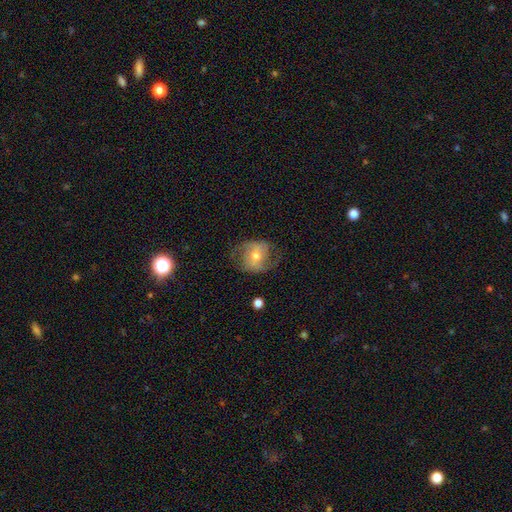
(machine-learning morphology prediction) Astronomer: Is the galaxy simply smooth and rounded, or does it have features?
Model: featured or disk — 70%.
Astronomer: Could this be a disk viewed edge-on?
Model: no — 97%.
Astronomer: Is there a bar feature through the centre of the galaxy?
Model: no — 54% (runner-up: weak, 34%).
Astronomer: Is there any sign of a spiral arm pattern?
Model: yes — 88%.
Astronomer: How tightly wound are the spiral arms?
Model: medium — 46% (runner-up: loose, 34%).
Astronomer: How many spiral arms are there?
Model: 2 — 82%.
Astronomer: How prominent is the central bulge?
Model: moderate — 60% (runner-up: small, 35%).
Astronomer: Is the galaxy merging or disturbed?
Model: none — 68%.